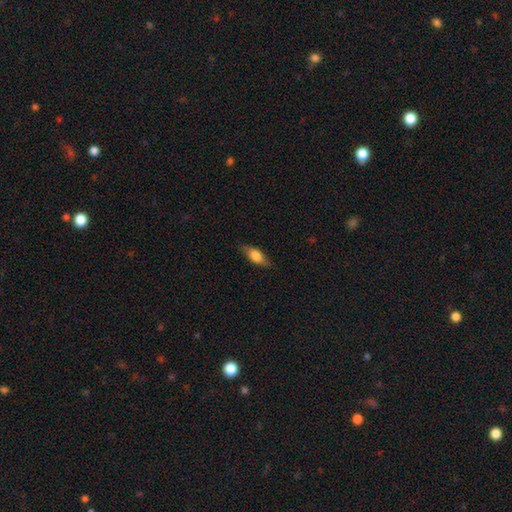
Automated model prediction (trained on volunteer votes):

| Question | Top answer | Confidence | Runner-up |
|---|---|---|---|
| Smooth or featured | smooth | 71% | featured or disk (22%) |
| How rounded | in between | 74% | cigar-shaped (22%) |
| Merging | none | 79% | minor disturbance (16%) |